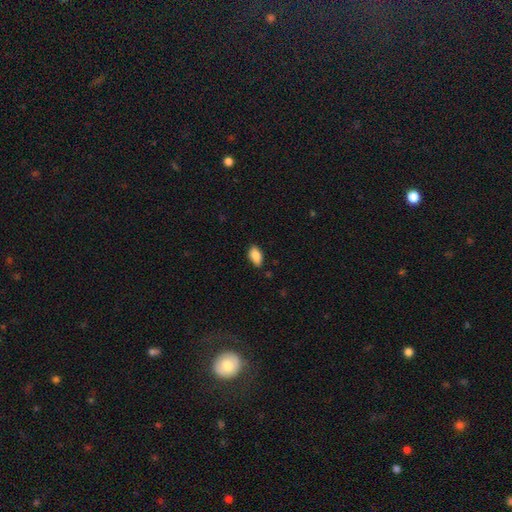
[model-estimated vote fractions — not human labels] Smooth or featured? smooth (87%)
How rounded? in between (91%)
Merging? none (81%)